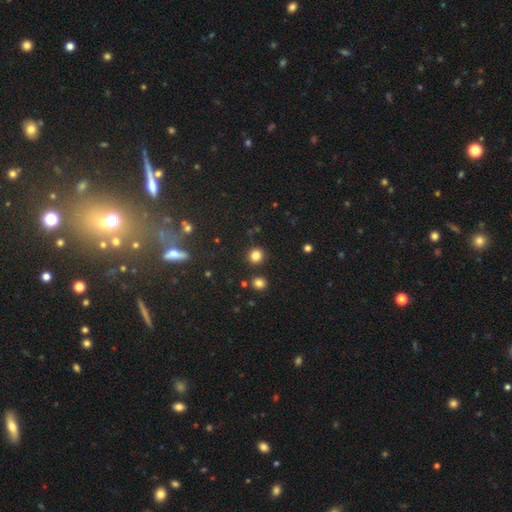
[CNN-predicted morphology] A smooth galaxy with no disk features (82%) that is round (90%). Merging: none (88%).